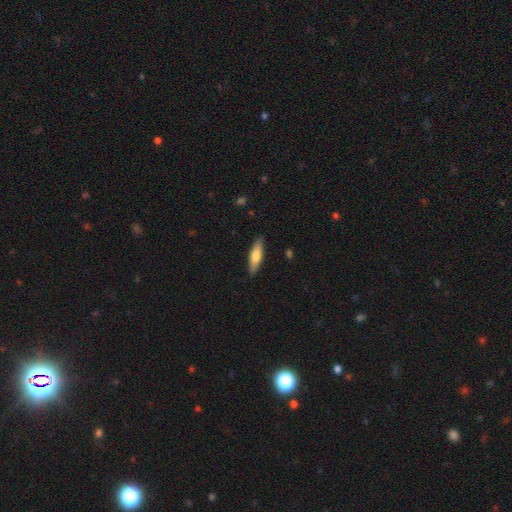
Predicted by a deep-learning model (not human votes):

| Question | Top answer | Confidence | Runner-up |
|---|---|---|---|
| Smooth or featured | smooth | 62% | featured or disk (33%) |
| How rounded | cigar-shaped | 66% | in between (32%) |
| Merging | none | 88% | minor disturbance (9%) |